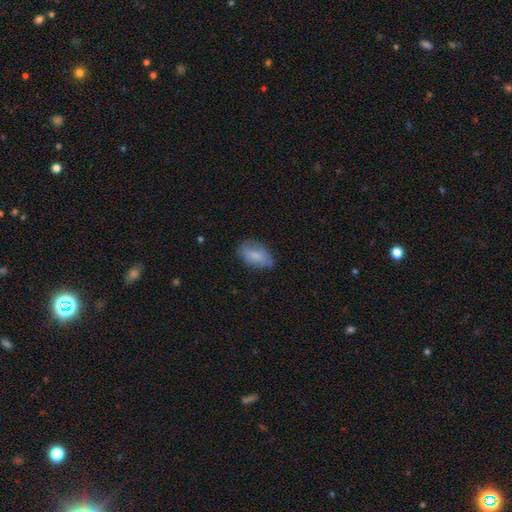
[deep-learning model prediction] Smooth or featured? Predicted: smooth (p=0.74). How rounded? Predicted: in between (p=0.90). Merging? Predicted: none (p=0.65).